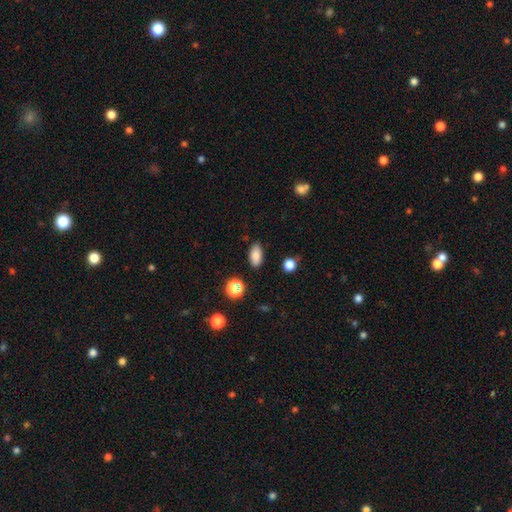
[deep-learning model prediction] Smooth or featured: smooth — 84% (star or artifact — 10%)
How rounded: in between — 88% (cigar-shaped — 6%)
Merging: none — 85% (minor disturbance — 11%)